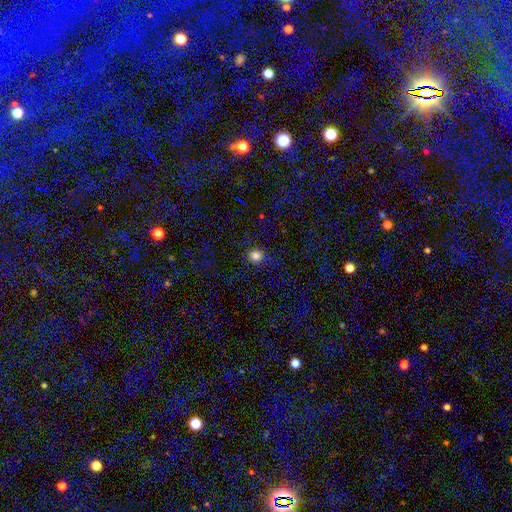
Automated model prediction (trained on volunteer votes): Q: Smooth or featured?
A: smooth (82%); runner-up: star or artifact (13%)
Q: How rounded?
A: round (85%); runner-up: in between (14%)
Q: Merging?
A: none (88%); runner-up: minor disturbance (8%)